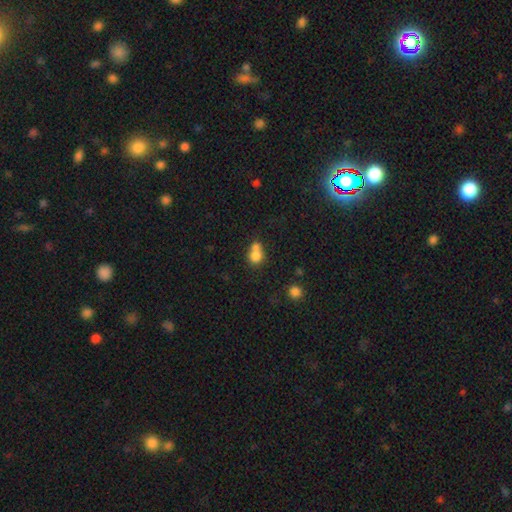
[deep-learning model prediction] The model was most divided on "merging": merger: 58%, none: 29%, minor disturbance: 9%, major disturbance: 4%. More confident: smooth or featured — smooth (76%); how rounded — round (65%).